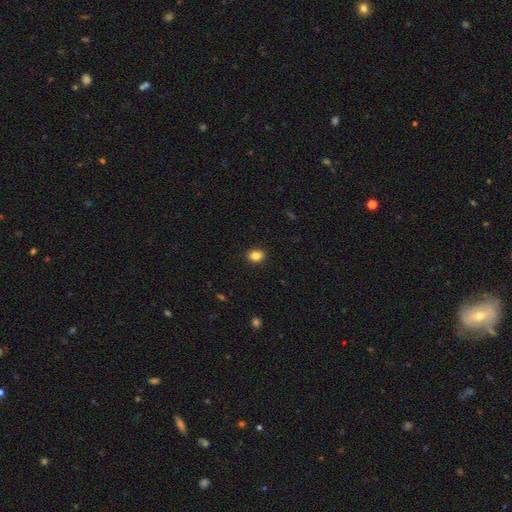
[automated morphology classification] smooth_or_featured: smooth (p=0.84) [alt: star or artifact p=0.10]
how_rounded: in between (p=0.56) [alt: round p=0.43]
merging: none (p=0.90) [alt: minor disturbance p=0.07]